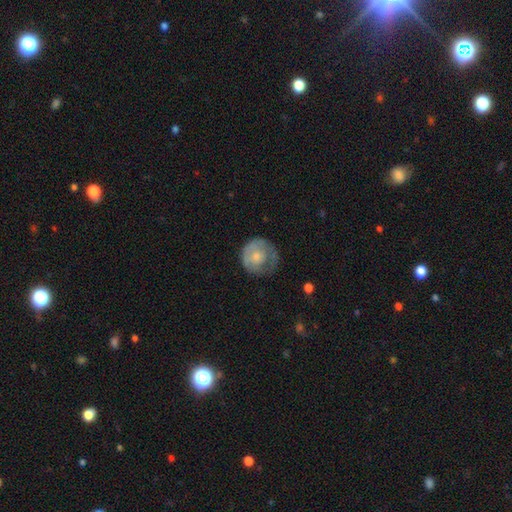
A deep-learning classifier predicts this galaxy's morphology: smooth 58%, featured or disk 36%, star or artifact 6%. Down the decision tree: how rounded — round (88%); merging — none (50%).